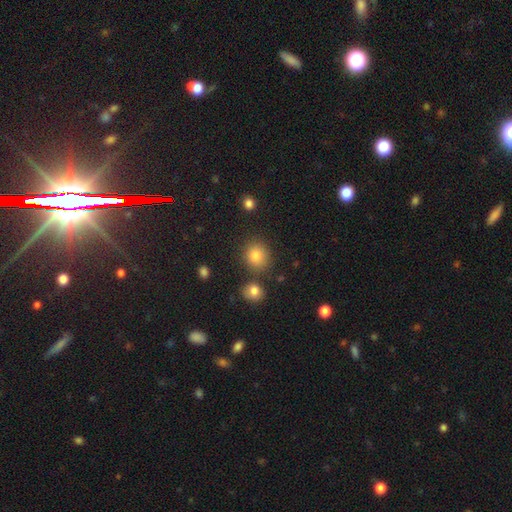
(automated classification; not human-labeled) Q: Smooth or featured?
A: smooth (83%); runner-up: star or artifact (12%)
Q: How rounded?
A: round (84%); runner-up: in between (15%)
Q: Merging?
A: none (80%); runner-up: minor disturbance (9%)